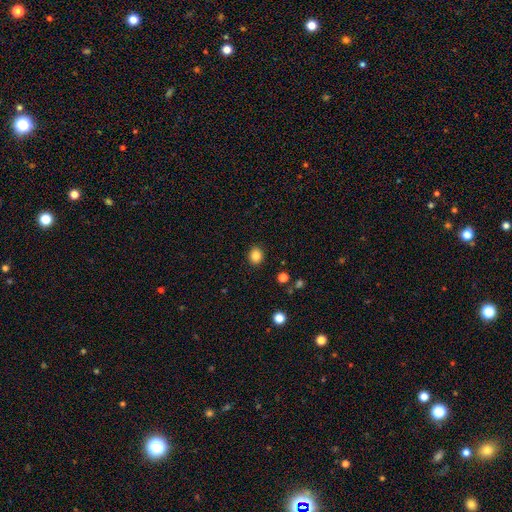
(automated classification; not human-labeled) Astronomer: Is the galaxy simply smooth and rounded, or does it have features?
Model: smooth — 85%.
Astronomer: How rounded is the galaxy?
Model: round — 75%.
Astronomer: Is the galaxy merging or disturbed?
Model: none — 91%.